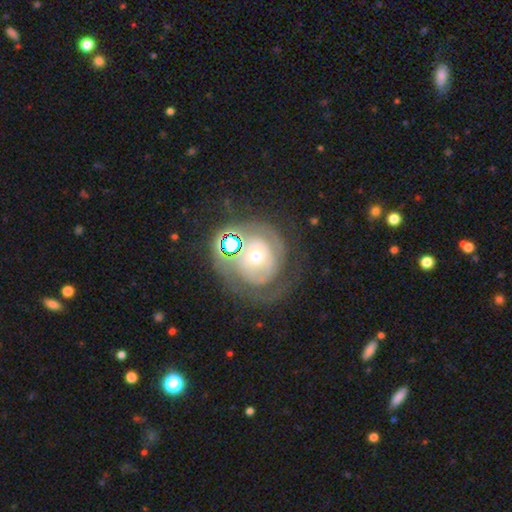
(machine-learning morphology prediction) smooth_or_featured: featured or disk (p=0.62) [alt: smooth p=0.25]
disk_edge_on: no (p=0.96) [alt: yes p=0.04]
bar: no (p=0.81) [alt: weak p=0.14]
has_spiral_arms: yes (p=0.59) [alt: no p=0.41]
bulge_size: moderate (p=0.52) [alt: small p=0.40]
merging: none (p=0.47) [alt: major disturbance p=0.25]